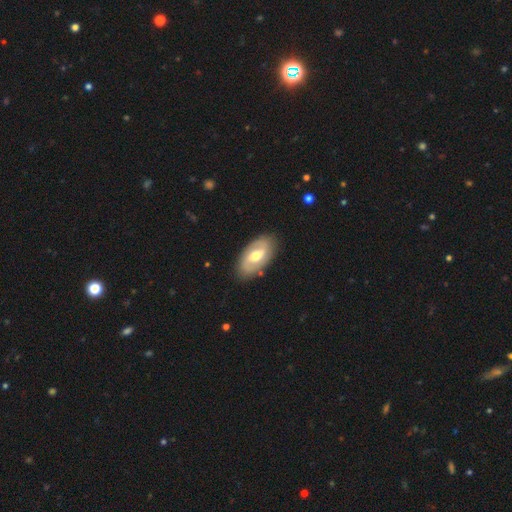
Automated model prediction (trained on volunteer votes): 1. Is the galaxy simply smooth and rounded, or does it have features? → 66% featured or disk, 29% smooth, 5% star or artifact.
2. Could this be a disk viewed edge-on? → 93% no, 7% yes.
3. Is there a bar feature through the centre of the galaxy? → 49% weak, 31% no, 21% strong.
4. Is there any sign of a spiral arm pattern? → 73% yes, 27% no.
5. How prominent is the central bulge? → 73% moderate, 15% small, 10% large, 1% dominant, 1% none.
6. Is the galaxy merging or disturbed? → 84% none, 11% minor disturbance, 3% major disturbance, 1% merger.